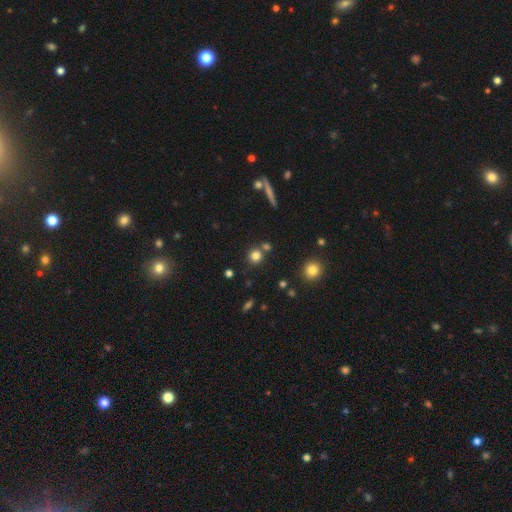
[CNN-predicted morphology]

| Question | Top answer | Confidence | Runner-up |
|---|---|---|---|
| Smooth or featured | smooth | 78% | star or artifact (15%) |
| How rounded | round | 92% | in between (7%) |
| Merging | none | 74% | merger (16%) |